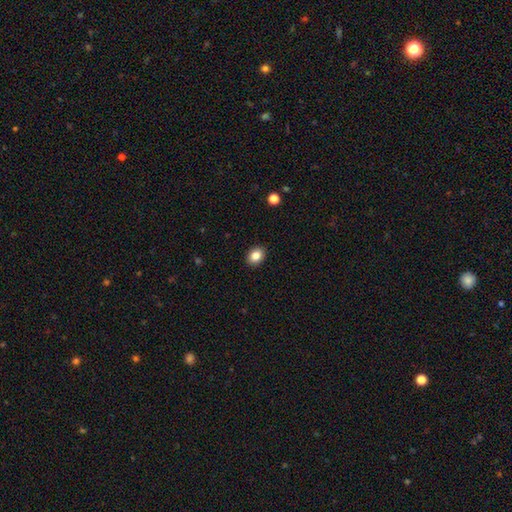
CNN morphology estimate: This is clearly a smooth galaxy (84%). How rounded: likely in between (61%). Merging: clearly none (91%).